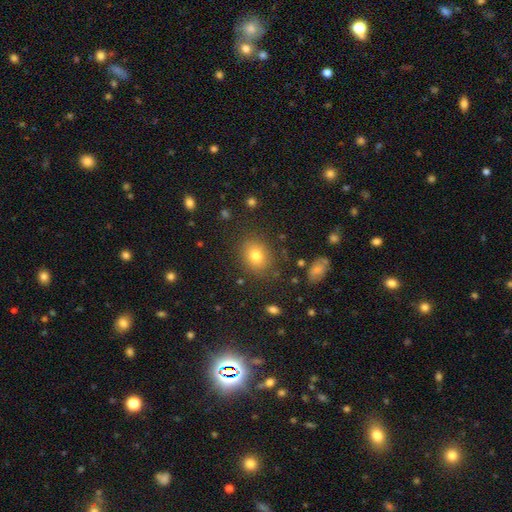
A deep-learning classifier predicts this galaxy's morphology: The model was most divided on "how rounded": round: 57%, in between: 42%, cigar-shaped: 1%. More confident: merging — none (85%); smooth or featured — smooth (78%).